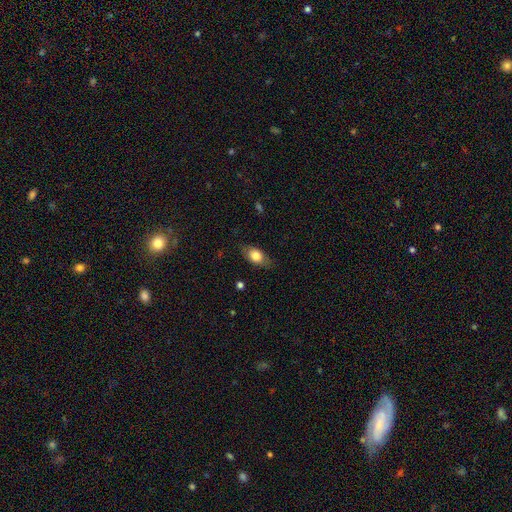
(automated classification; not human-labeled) smooth 75%, featured or disk 18%, star or artifact 7%. Down the decision tree: how rounded — in between (83%); merging — none (77%).